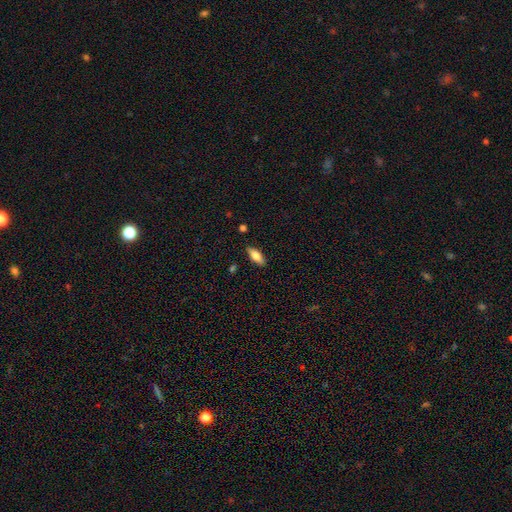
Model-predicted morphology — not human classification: A smooth galaxy with no disk features (77%) that is in between round and cigar-shaped (76%).

Vote fractions:
- Smooth or featured? smooth: 77% / featured or disk: 16% / star or artifact: 7%
- How rounded? in between: 76% / cigar-shaped: 22% / round: 2%
- Merging? none: 86% / minor disturbance: 10% / major disturbance: 2% / merger: 2%